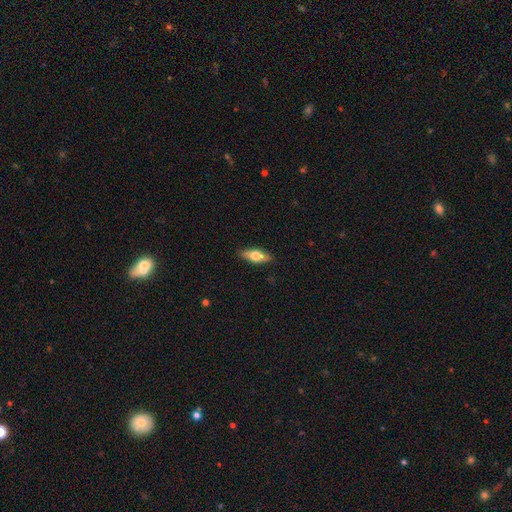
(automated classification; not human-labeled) Smooth or featured?
  - smooth: 57% *
  - featured or disk: 37%
  - star or artifact: 6%
How rounded?
  - in between: 64% *
  - cigar-shaped: 33%
  - round: 3%
Merging?
  - none: 87% *
  - minor disturbance: 10%
  - major disturbance: 2%
  - merger: 1%